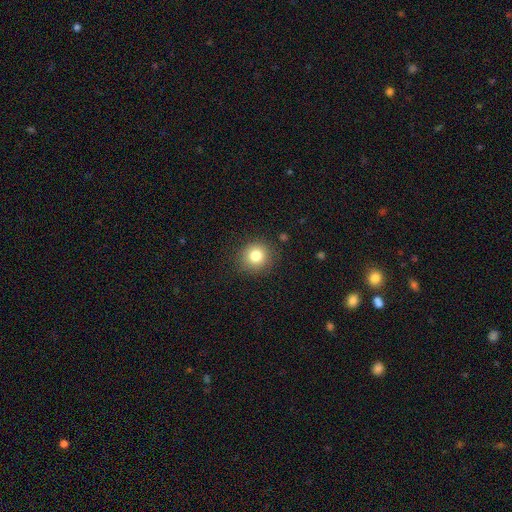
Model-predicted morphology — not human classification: A smooth galaxy with no disk features (82%) that is round (91%). Merging: none (88%).